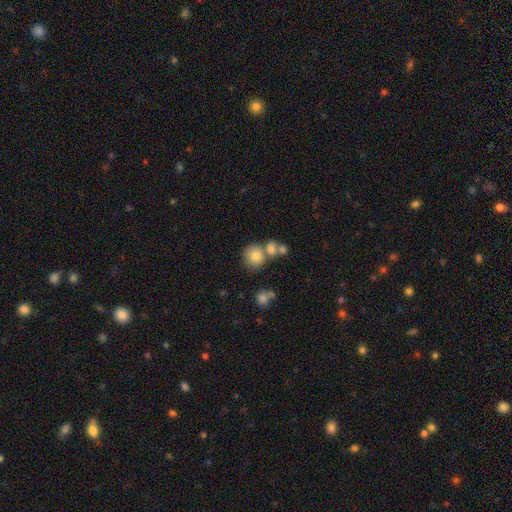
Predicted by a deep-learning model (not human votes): Morphology: type=smooth (78%); roundness=round (84%); merging=none (51%).